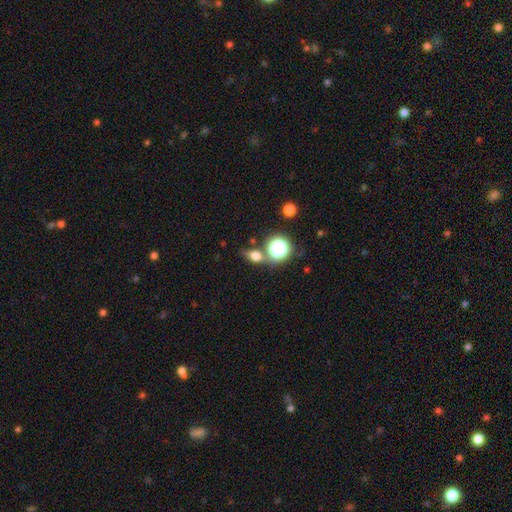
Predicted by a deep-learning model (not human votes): The model was most divided on "how rounded": in between: 52%, round: 42%, cigar-shaped: 6%. More confident: merging — none (65%); smooth or featured — smooth (64%).